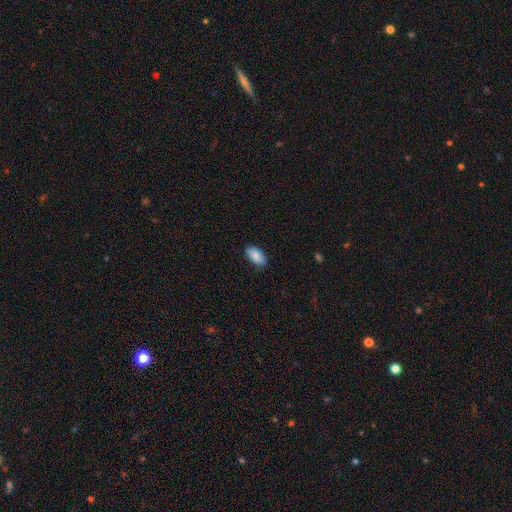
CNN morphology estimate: A smooth galaxy with no disk features (88%) that is in between round and cigar-shaped (94%).

Vote fractions:
- Smooth or featured? smooth: 88% / star or artifact: 6% / featured or disk: 6%
- How rounded? in between: 94% / cigar-shaped: 3% / round: 3%
- Merging? none: 86% / minor disturbance: 10% / major disturbance: 2% / merger: 1%